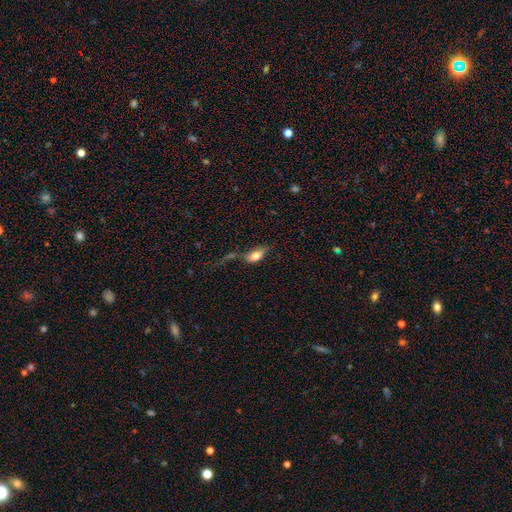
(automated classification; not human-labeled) The model was most divided on "merging": none: 32%, major disturbance: 31%, minor disturbance: 20%, merger: 17%. More confident: how rounded — in between (85%); smooth or featured — smooth (70%).